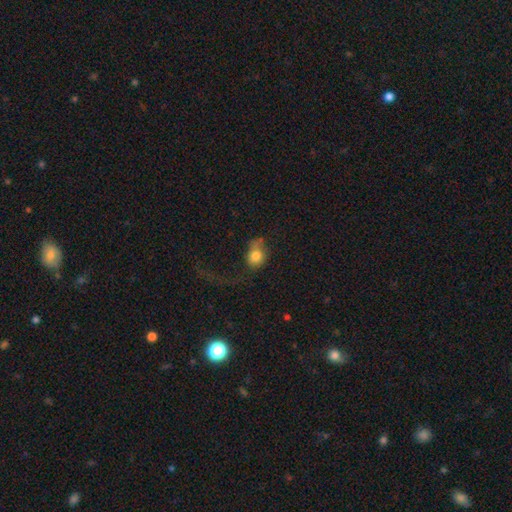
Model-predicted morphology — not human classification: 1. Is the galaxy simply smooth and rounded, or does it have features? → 74% smooth, 17% featured or disk, 9% star or artifact.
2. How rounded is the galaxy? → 50% in between, 48% round, 2% cigar-shaped.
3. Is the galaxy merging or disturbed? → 49% major disturbance, 27% none, 19% minor disturbance, 5% merger.